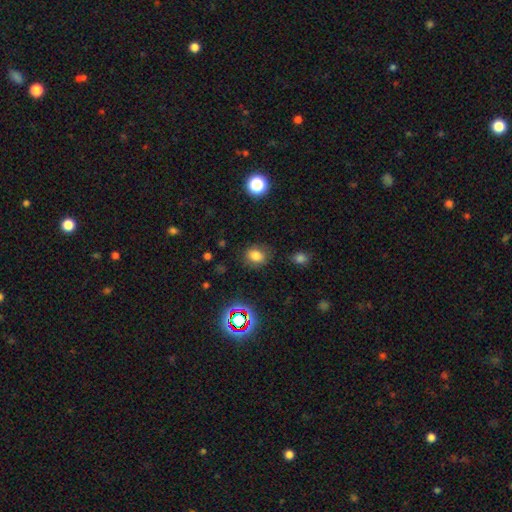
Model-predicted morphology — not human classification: This appears to be a smooth galaxy with no disk features (77%) that is round (50%). Merging: none (79%).